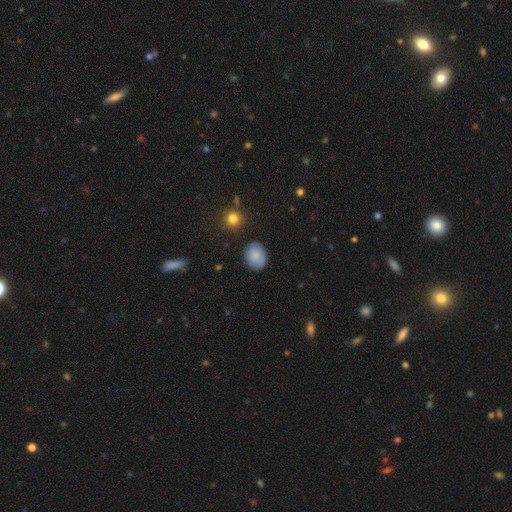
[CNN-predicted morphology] A smooth galaxy with no disk features (80%) that is in between round and cigar-shaped (52%).

Vote fractions:
- Smooth or featured? smooth: 80% / featured or disk: 12% / star or artifact: 8%
- How rounded? in between: 52% / round: 47% / cigar-shaped: 1%
- Merging? none: 82% / minor disturbance: 14% / major disturbance: 3% / merger: 1%